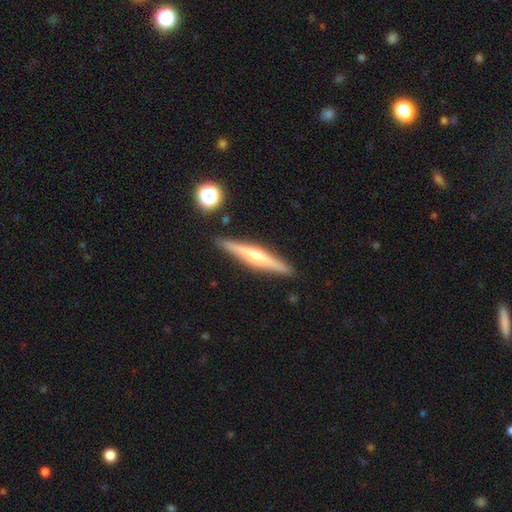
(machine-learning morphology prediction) Overall: featured or disk (70%). Edge-on disk: yes (97%). Edge-on bulge: rounded (84%). Merging: none (88%).